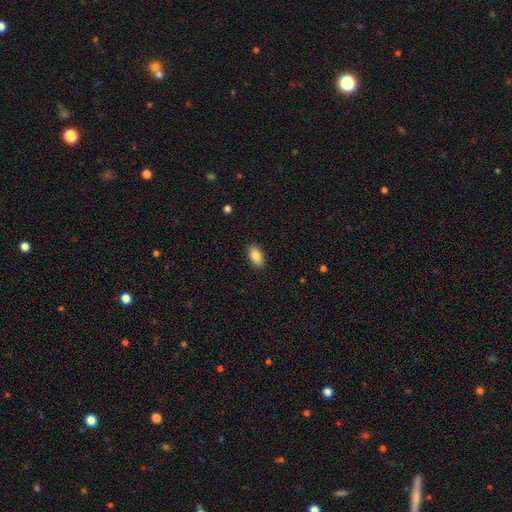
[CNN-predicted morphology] Smooth or featured? smooth (86%)
How rounded? in between (92%)
Merging? none (89%)